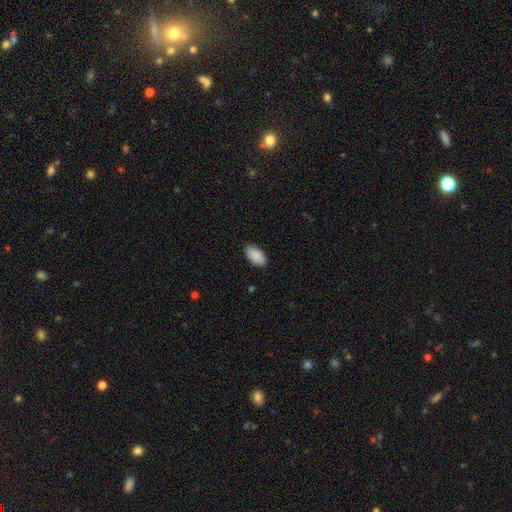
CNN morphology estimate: A smooth galaxy with no disk features (90%) that is in between round and cigar-shaped (95%).

Vote fractions:
- Smooth or featured? smooth: 90% / star or artifact: 6% / featured or disk: 4%
- How rounded? in between: 95% / round: 2% / cigar-shaped: 2%
- Merging? none: 88% / minor disturbance: 9% / major disturbance: 2% / merger: 1%